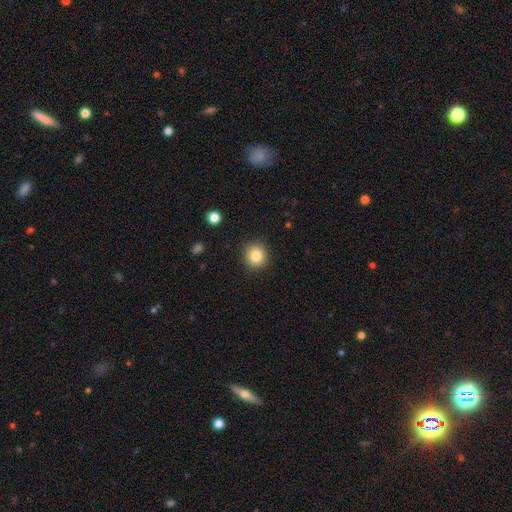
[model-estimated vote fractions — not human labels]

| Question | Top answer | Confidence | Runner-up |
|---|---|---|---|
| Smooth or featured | smooth | 82% | star or artifact (11%) |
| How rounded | round | 90% | in between (9%) |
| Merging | none | 90% | minor disturbance (6%) |